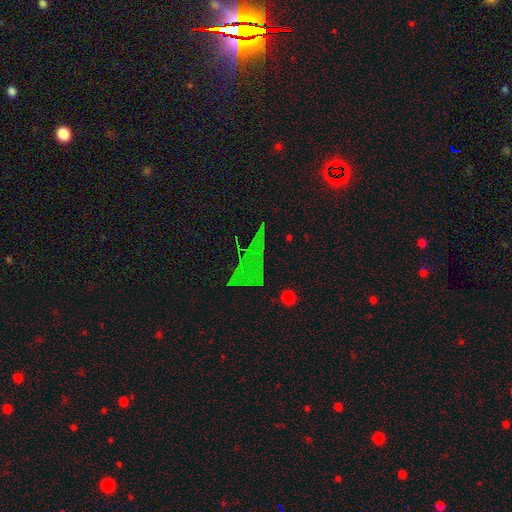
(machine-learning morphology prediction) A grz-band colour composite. It shows a star or artifact, not a galaxy (68%).